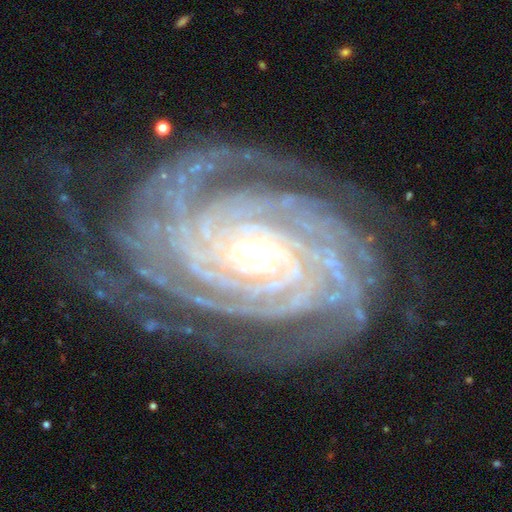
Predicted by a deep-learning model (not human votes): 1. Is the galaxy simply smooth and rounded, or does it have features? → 93% featured or disk, 4% star or artifact, 3% smooth.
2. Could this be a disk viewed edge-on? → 97% no, 3% yes.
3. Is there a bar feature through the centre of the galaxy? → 60% no, 23% weak, 17% strong.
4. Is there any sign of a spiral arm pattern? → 99% yes, 1% no.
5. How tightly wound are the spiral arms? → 86% tight, 12% medium, 2% loose.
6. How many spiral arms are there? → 28% more than 4, 23% 4, 16% can't tell, 14% 3, 12% 2, 8% 1.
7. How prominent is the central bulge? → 58% small, 37% moderate, 3% large, 1% none, 1% dominant.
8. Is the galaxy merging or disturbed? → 72% none, 17% minor disturbance, 9% major disturbance, 1% merger.